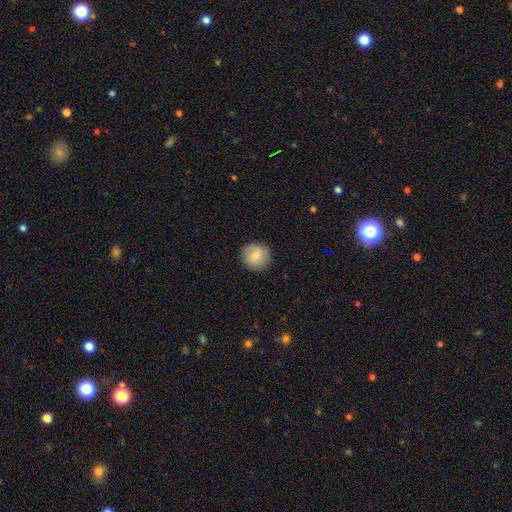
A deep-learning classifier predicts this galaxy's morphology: Smooth or featured?
  - smooth: 79% *
  - featured or disk: 13%
  - star or artifact: 7%
How rounded?
  - round: 91% *
  - in between: 8%
  - cigar-shaped: 1%
Merging?
  - none: 88% *
  - minor disturbance: 9%
  - major disturbance: 2%
  - merger: 1%